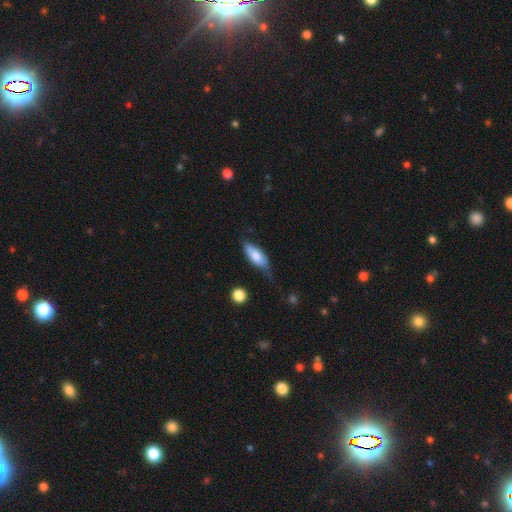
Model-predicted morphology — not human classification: smooth 74%, featured or disk 20%, star or artifact 6%. Down the decision tree: how rounded — in between (75%); merging — none (48%).